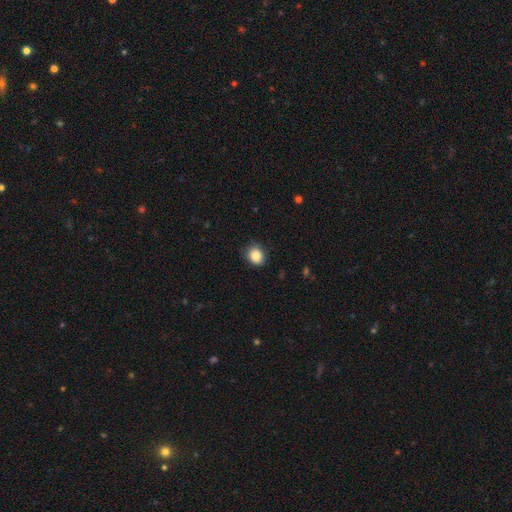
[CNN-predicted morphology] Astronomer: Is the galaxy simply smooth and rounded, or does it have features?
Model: smooth — 86%.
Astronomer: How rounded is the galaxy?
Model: round — 61% (runner-up: in between, 38%).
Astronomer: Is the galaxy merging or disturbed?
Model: none — 80%.